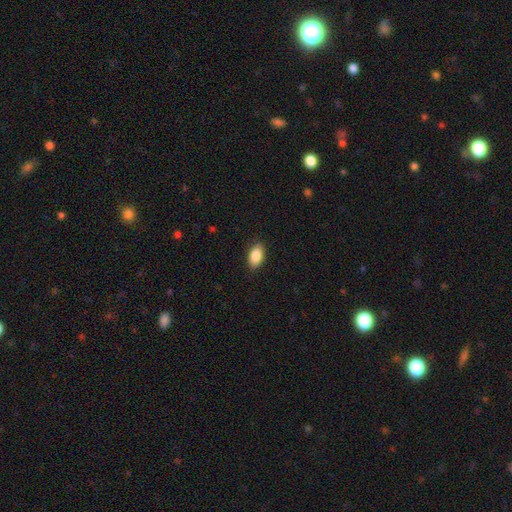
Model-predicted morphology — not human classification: A smooth galaxy with no disk features (87%) that is in between round and cigar-shaped (92%). Merging: none (88%).